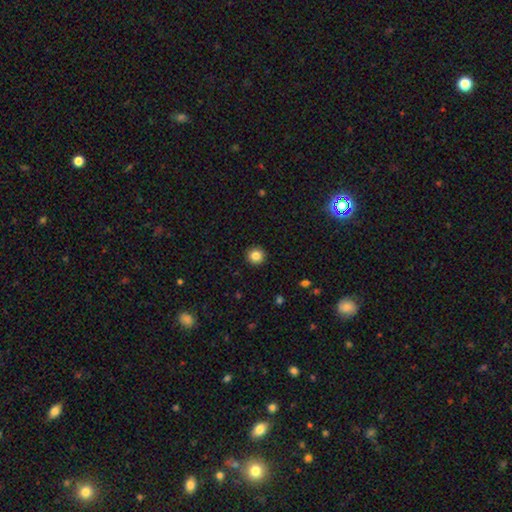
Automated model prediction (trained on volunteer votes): Smooth or featured: smooth — 85% (star or artifact — 11%)
How rounded: round — 94% (in between — 5%)
Merging: none — 93% (minor disturbance — 5%)